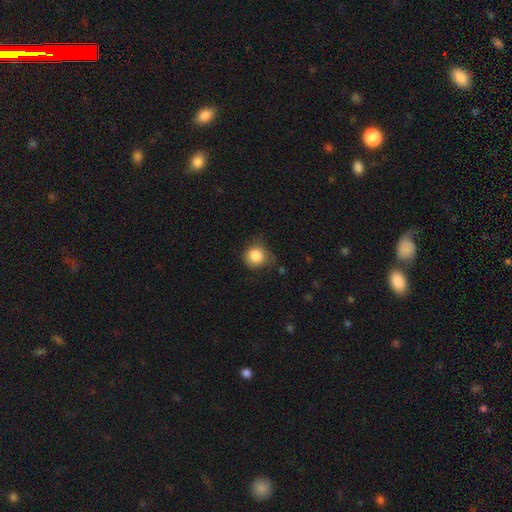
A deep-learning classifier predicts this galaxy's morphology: smooth_or_featured: smooth (p=0.84) [alt: star or artifact p=0.10]
how_rounded: round (p=0.85) [alt: in between p=0.14]
merging: none (p=0.62) [alt: minor disturbance p=0.29]